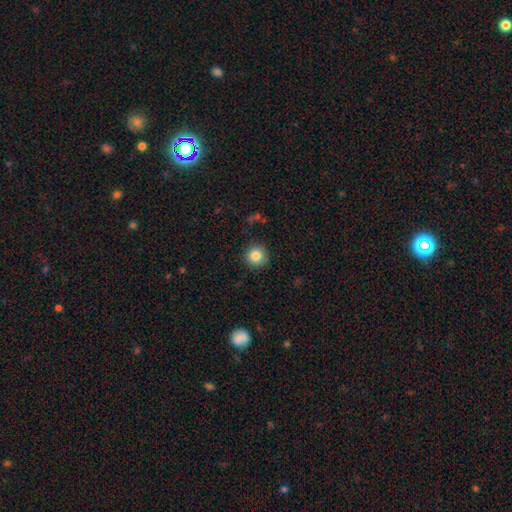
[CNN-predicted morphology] Smooth or featured?
  - smooth: 84% *
  - star or artifact: 10%
  - featured or disk: 6%
How rounded?
  - round: 94% *
  - in between: 5%
  - cigar-shaped: 1%
Merging?
  - none: 88% *
  - minor disturbance: 8%
  - major disturbance: 2%
  - merger: 1%